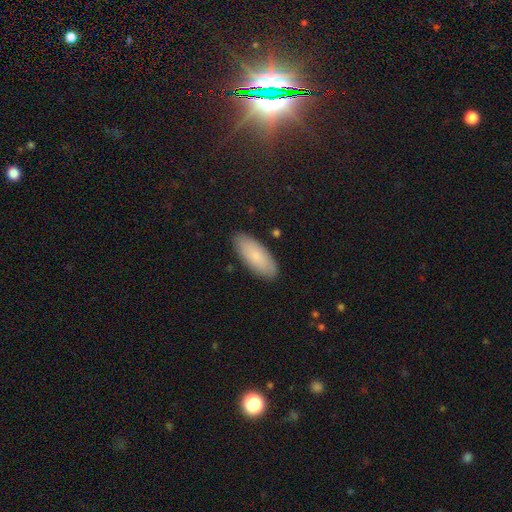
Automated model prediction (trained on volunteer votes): Morphology: type=smooth (80%); roundness=in between (82%); merging=none (87%).